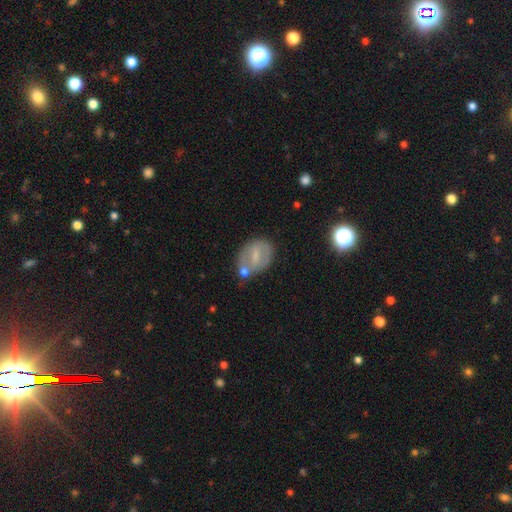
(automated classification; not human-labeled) Q: Smooth or featured?
A: smooth (48%); runner-up: featured or disk (42%)
Q: Merging?
A: none (56%); runner-up: minor disturbance (21%)